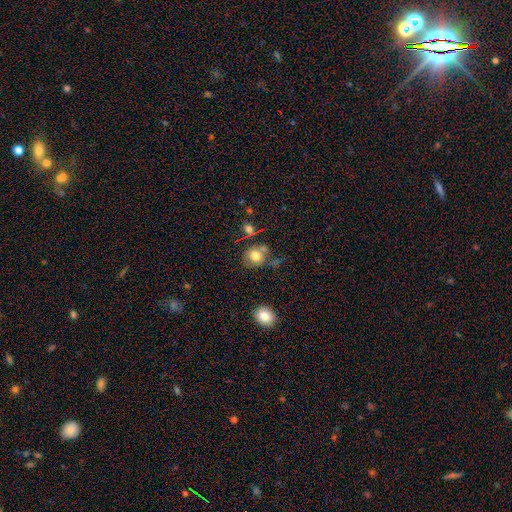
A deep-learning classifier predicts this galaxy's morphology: smooth_or_featured: smooth (p=0.77) [alt: featured or disk p=0.12]
how_rounded: round (p=0.74) [alt: in between p=0.25]
merging: none (p=0.61) [alt: minor disturbance p=0.18]